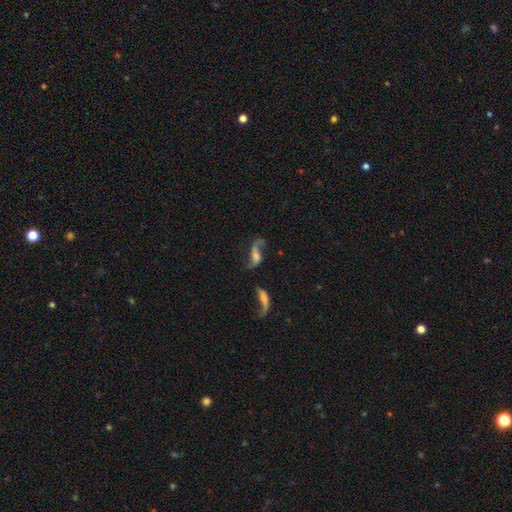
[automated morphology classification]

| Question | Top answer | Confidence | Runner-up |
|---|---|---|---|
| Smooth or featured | featured or disk | 77% | smooth (14%) |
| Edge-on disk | no | 91% | yes (9%) |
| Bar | no | 47% | weak (38%) |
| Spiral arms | yes | 90% | no (10%) |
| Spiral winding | loose | 86% | medium (11%) |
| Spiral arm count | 2 | 84% | 1 (10%) |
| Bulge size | moderate | 32% | small (29%) |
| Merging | none | 45% | major disturbance (22%) |